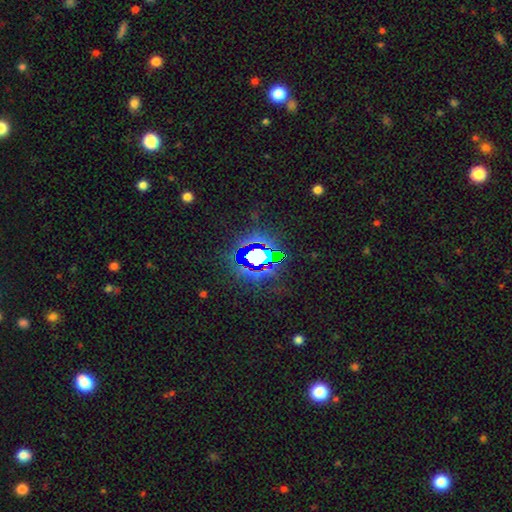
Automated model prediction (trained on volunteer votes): Smooth or featured? Predicted: star or artifact (p=0.77).